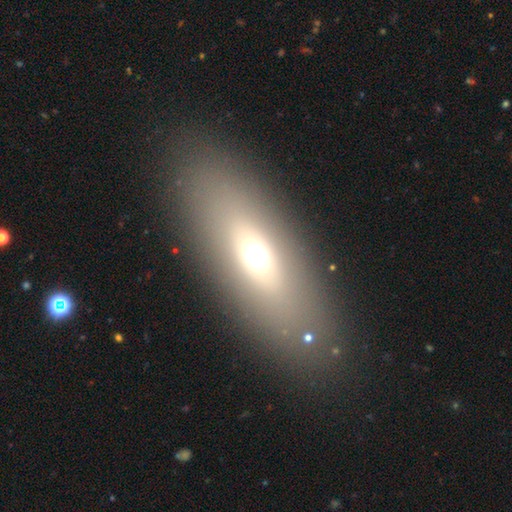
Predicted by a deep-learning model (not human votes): This appears to be a smooth galaxy with no disk features (57%) that is in between round and cigar-shaped (70%). Merging: none (85%).